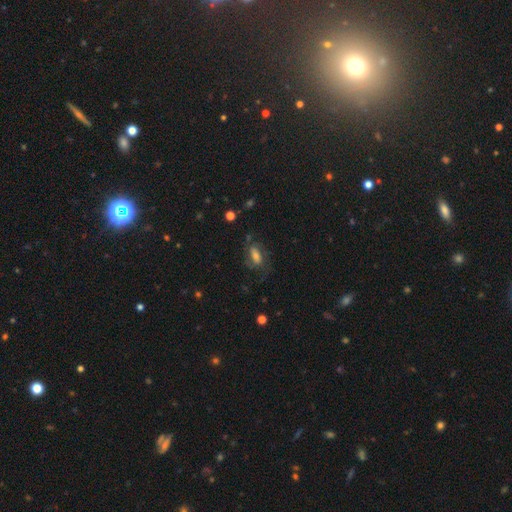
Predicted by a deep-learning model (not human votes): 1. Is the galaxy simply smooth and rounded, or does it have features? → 44% featured or disk, 43% smooth, 14% star or artifact.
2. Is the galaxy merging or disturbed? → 58% none, 22% minor disturbance, 18% major disturbance, 2% merger.